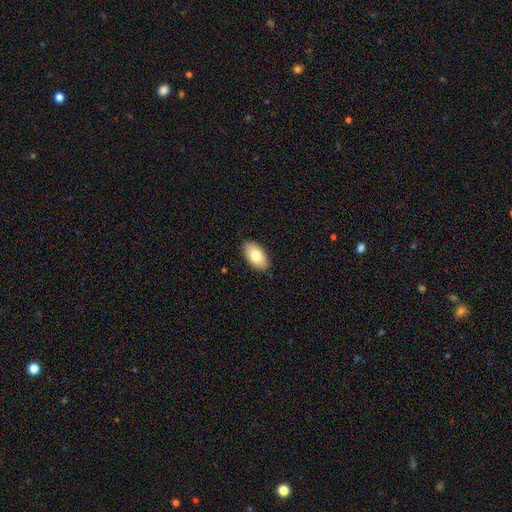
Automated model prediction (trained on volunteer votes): Morphology: type=smooth (79%); roundness=in between (95%); merging=none (88%).